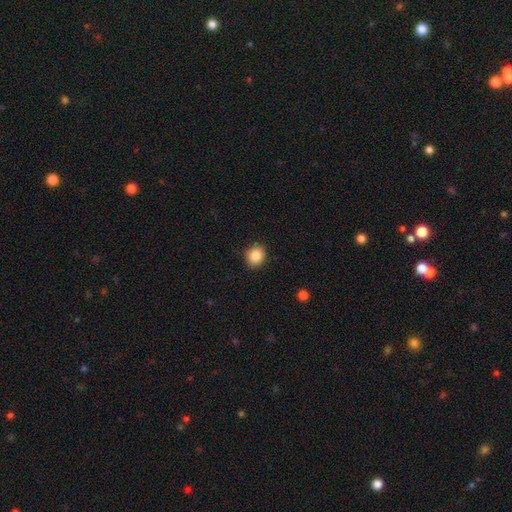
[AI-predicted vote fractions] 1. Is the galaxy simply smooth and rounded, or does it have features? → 86% smooth, 9% star or artifact, 5% featured or disk.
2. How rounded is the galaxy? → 70% round, 30% in between, 1% cigar-shaped.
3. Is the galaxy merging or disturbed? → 89% none, 8% minor disturbance, 2% major disturbance, 1% merger.